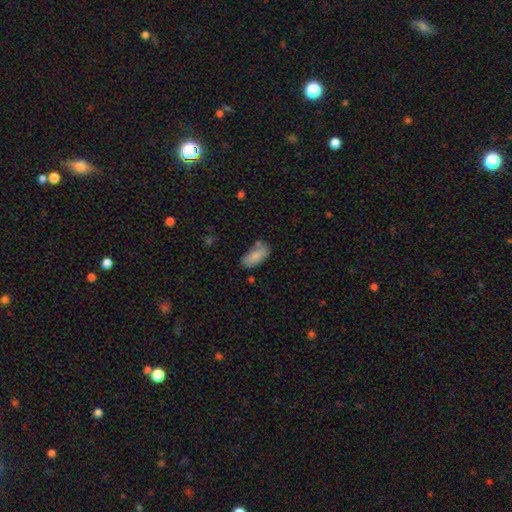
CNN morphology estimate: A smooth galaxy with no disk features (84%) that is in between round and cigar-shaped (88%). Merging: none (59%).